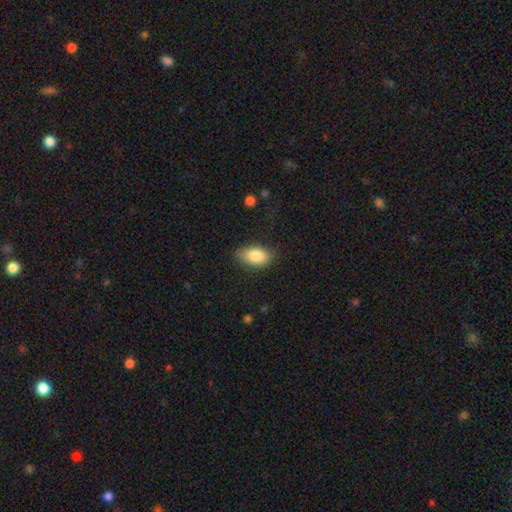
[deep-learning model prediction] Smooth or featured?
  - smooth: 84% *
  - featured or disk: 9%
  - star or artifact: 7%
How rounded?
  - in between: 91% *
  - round: 7%
  - cigar-shaped: 2%
Merging?
  - none: 76% *
  - minor disturbance: 19%
  - major disturbance: 4%
  - merger: 1%